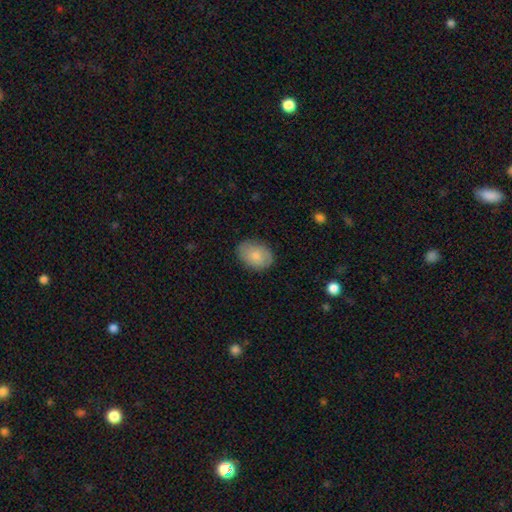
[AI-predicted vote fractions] A smooth galaxy with no disk features (77%) that is in between round and cigar-shaped (72%).

Vote fractions:
- Smooth or featured? smooth: 77% / featured or disk: 17% / star or artifact: 6%
- How rounded? in between: 72% / round: 27% / cigar-shaped: 1%
- Merging? none: 82% / minor disturbance: 14% / major disturbance: 3% / merger: 1%